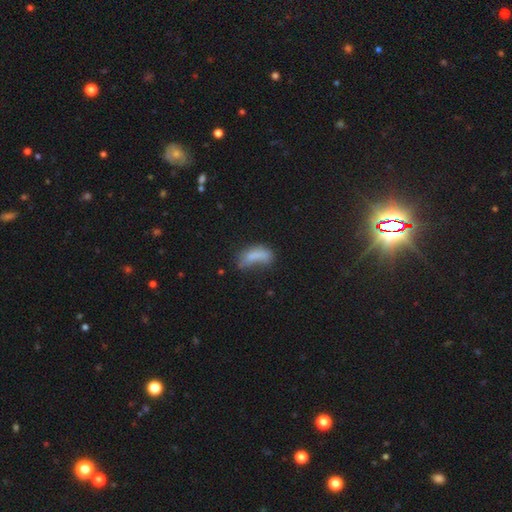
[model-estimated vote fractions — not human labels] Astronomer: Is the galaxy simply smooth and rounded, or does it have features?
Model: smooth — 69%.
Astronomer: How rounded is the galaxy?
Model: in between — 79%.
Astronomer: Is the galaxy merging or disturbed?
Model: major disturbance — 34% (runner-up: none, 27%).